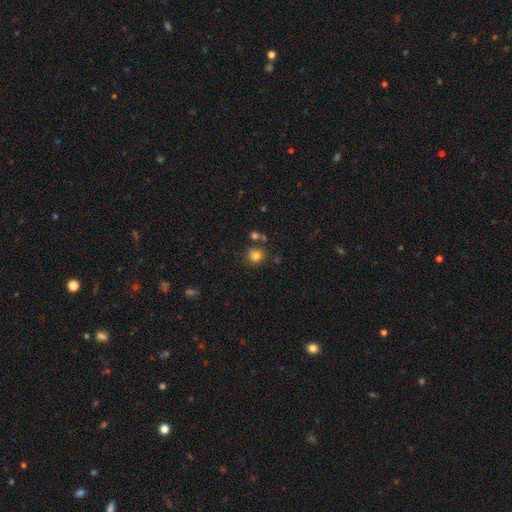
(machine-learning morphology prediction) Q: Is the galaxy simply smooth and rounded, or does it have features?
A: smooth — 81%.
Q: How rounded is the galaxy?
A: round — 85%.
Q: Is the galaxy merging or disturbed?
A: none — 73%.